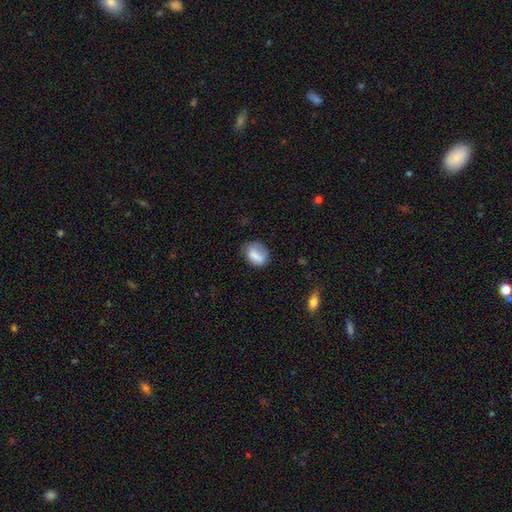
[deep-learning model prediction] Smooth or featured? smooth (76%)
How rounded? in between (64%)
Merging? none (61%)